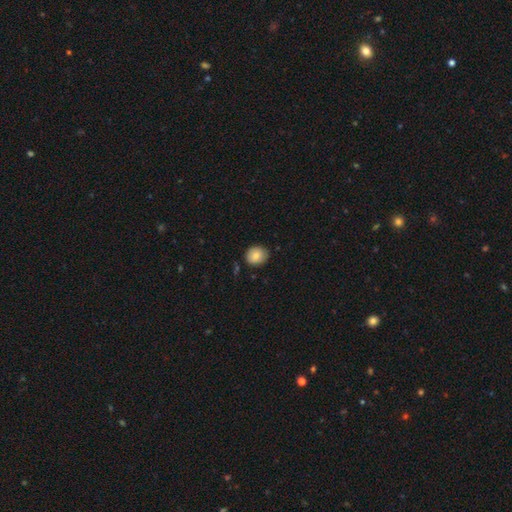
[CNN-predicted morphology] Smooth or featured? Predicted: smooth (p=0.83). How rounded? Predicted: round (p=0.74). Merging? Predicted: none (p=0.84).